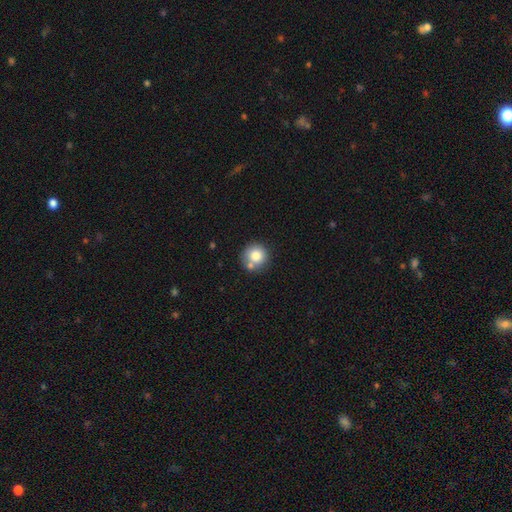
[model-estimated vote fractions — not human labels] This appears to be a smooth galaxy with no disk features (78%) that is round (92%). Merging: none (64%).